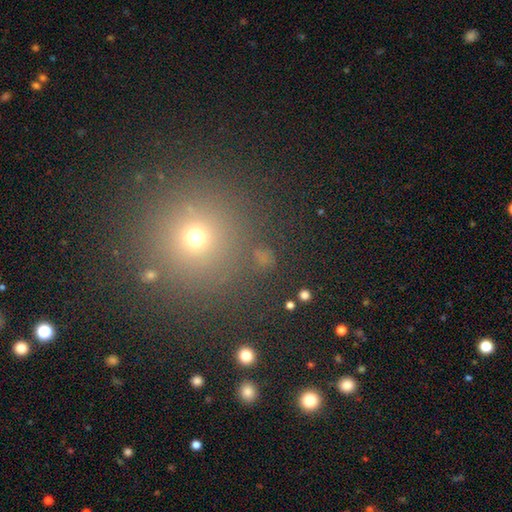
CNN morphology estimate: The model was most divided on "smooth or featured": smooth: 58%, star or artifact: 34%, featured or disk: 8%. More confident: how rounded — round (95%); merging — none (88%).